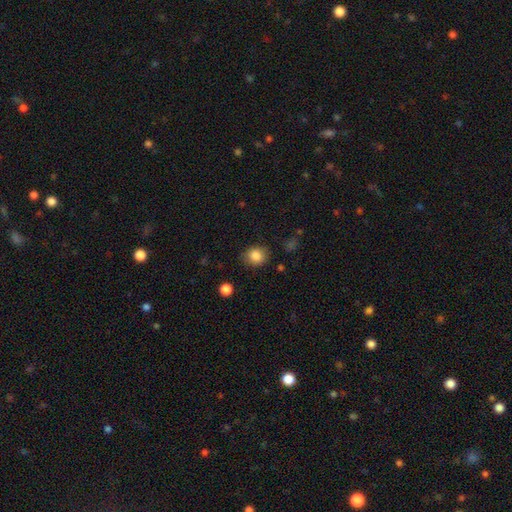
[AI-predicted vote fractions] smooth-or-featured: smooth: 85% | star or artifact: 10% | featured or disk: 5%
  how-rounded: round: 70% | in between: 29% | cigar-shaped: 1%
  merging: none: 78% | minor disturbance: 16% | major disturbance: 4% | merger: 2%